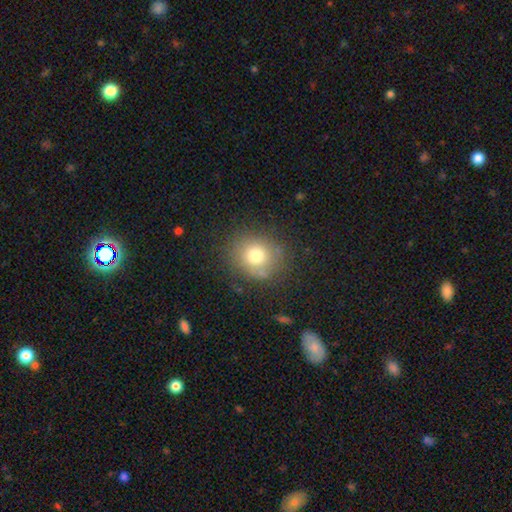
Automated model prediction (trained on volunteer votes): Smooth or featured: smooth — 75% (featured or disk — 13%)
How rounded: round — 76% (in between — 23%)
Merging: none — 77% (minor disturbance — 15%)